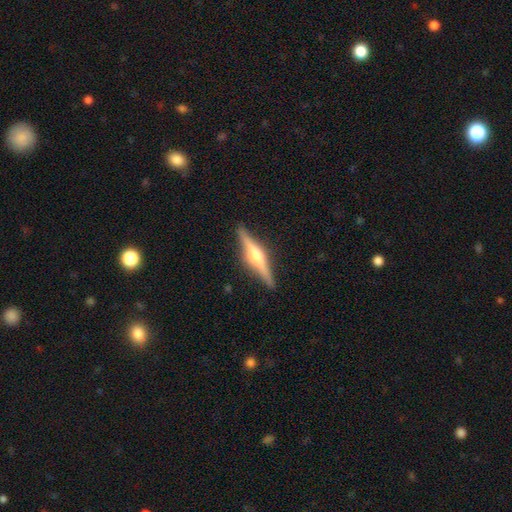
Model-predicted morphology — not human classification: Q: Smooth or featured?
A: featured or disk (74%); runner-up: smooth (20%)
Q: Edge-on disk?
A: yes (98%); runner-up: no (2%)
Q: Edge-on bulge?
A: rounded (90%); runner-up: boxy (7%)
Q: Merging?
A: none (90%); runner-up: minor disturbance (7%)